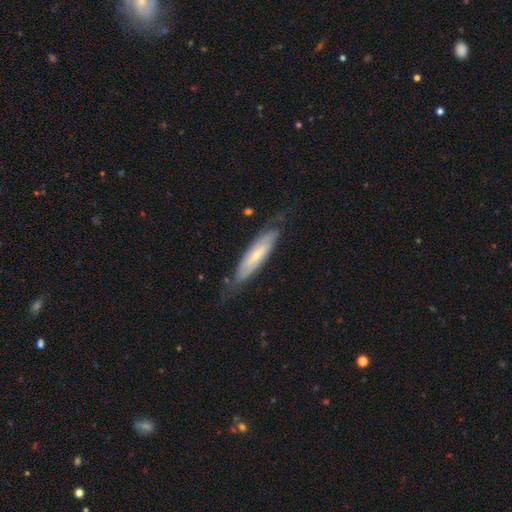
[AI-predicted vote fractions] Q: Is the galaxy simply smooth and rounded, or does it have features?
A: featured or disk — 59%.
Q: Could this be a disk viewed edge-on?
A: no — 58%.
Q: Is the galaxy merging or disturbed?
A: none — 70%.